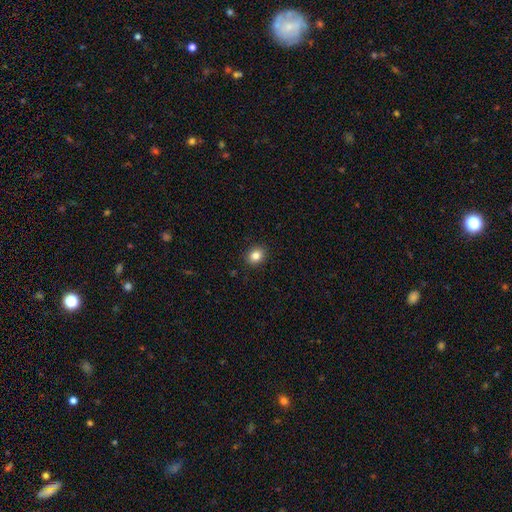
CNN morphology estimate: smooth_or_featured: smooth (p=0.84) [alt: star or artifact p=0.10]
how_rounded: round (p=0.60) [alt: in between p=0.39]
merging: none (p=0.90) [alt: minor disturbance p=0.07]